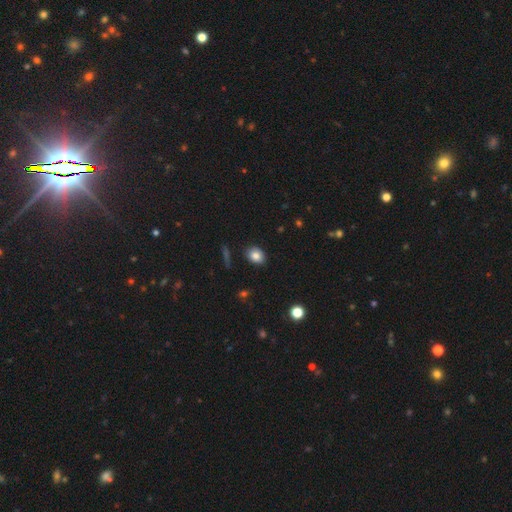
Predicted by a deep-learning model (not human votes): This is clearly a smooth galaxy (84%). How rounded: possibly in between (56%). Merging: clearly none (87%).